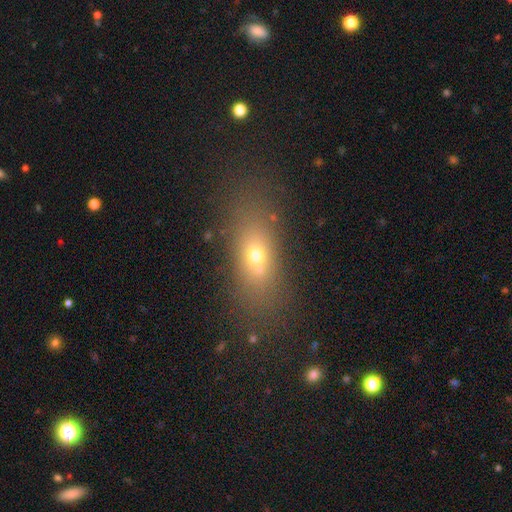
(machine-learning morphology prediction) The model was most divided on "smooth or featured": smooth: 60%, featured or disk: 22%, star or artifact: 18%. More confident: merging — none (69%); how rounded — in between (67%).